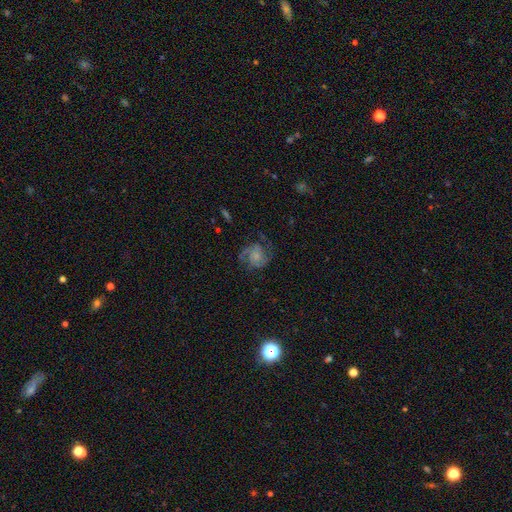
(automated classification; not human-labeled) Smooth or featured: featured or disk — 76% (smooth — 16%)
Edge-on disk: no — 98% (yes — 2%)
Bar: no — 70% (weak — 25%)
Spiral arms: yes — 95% (no — 5%)
Spiral winding: medium — 50% (tight — 27%)
Spiral arm count: 2 — 75% (3 — 9%)
Bulge size: small — 38% (none — 29%)
Merging: none — 65% (minor disturbance — 18%)